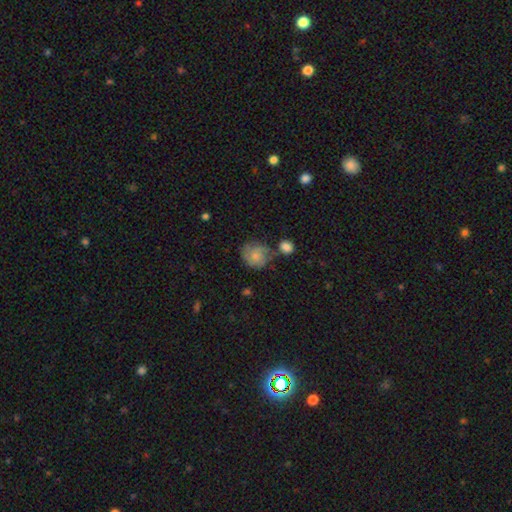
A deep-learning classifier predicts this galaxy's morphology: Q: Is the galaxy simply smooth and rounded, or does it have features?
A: smooth — 55%.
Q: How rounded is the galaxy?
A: round — 74%.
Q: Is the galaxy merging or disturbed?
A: none — 48%.